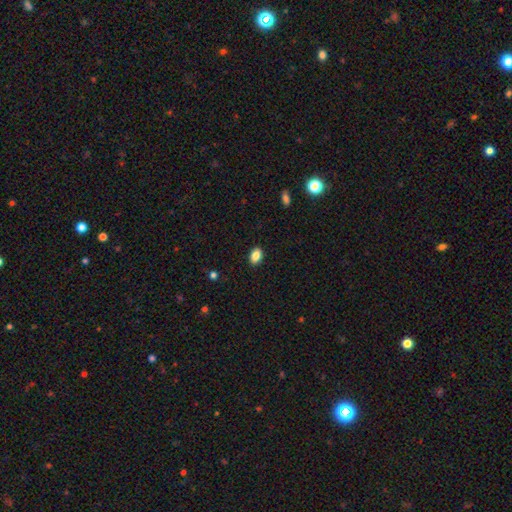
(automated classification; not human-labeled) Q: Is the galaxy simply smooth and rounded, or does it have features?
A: smooth — 86%.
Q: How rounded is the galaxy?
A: in between — 85%.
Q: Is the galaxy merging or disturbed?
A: none — 89%.